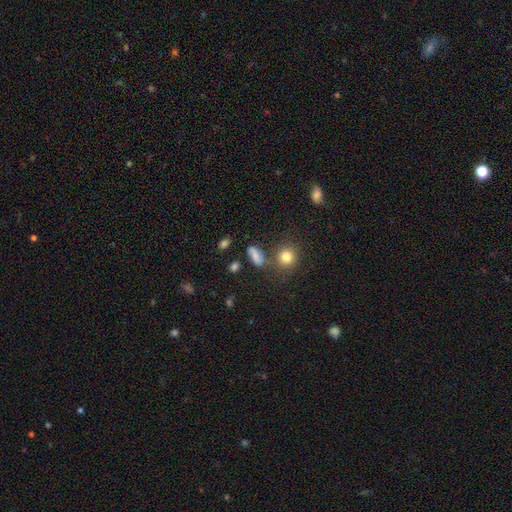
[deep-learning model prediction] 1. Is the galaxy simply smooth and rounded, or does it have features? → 69% smooth, 17% featured or disk, 14% star or artifact.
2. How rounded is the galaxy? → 69% in between, 17% cigar-shaped, 15% round.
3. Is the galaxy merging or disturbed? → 65% none, 18% minor disturbance, 9% merger, 8% major disturbance.